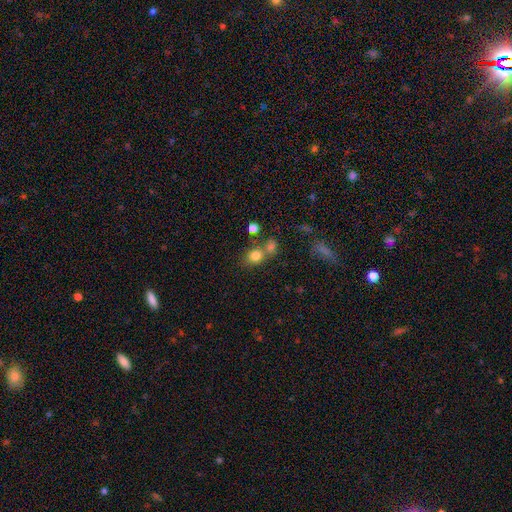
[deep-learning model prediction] smooth_or_featured: smooth (p=0.77) [alt: star or artifact p=0.14]
how_rounded: round (p=0.65) [alt: in between p=0.34]
merging: none (p=0.52) [alt: merger p=0.31]